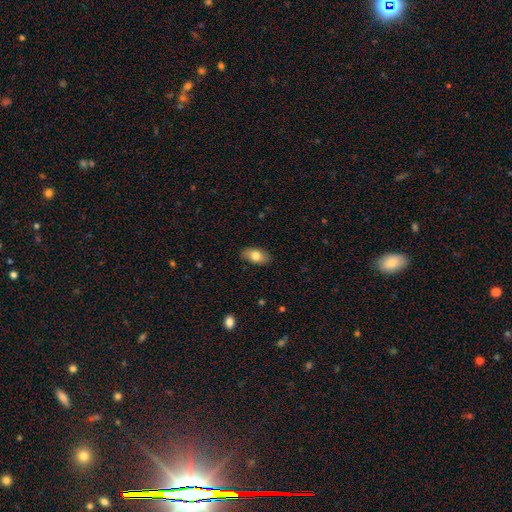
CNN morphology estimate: smooth 79%, featured or disk 14%, star or artifact 7%. Down the decision tree: how rounded — in between (91%); merging — none (87%).